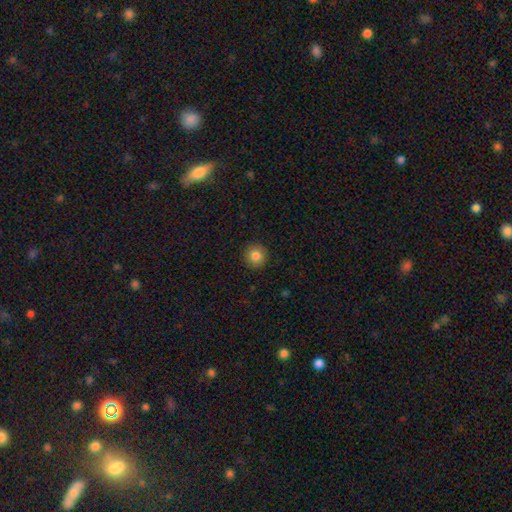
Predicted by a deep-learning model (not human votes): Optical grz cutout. It shows a smooth galaxy with no disk features (84%) that is round (94%). Merging: none (92%).